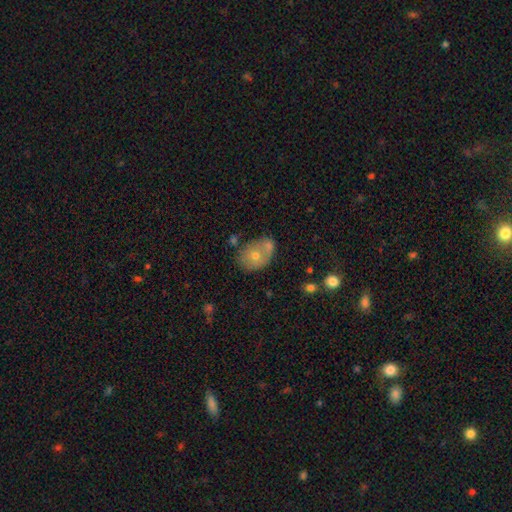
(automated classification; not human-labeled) A smooth galaxy with no disk features (60%) that is in between round and cigar-shaped (56%).

Vote fractions:
- Smooth or featured? smooth: 60% / featured or disk: 29% / star or artifact: 11%
- How rounded? in between: 56% / round: 43% / cigar-shaped: 1%
- Merging? none: 42% / merger: 33% / minor disturbance: 18% / major disturbance: 7%